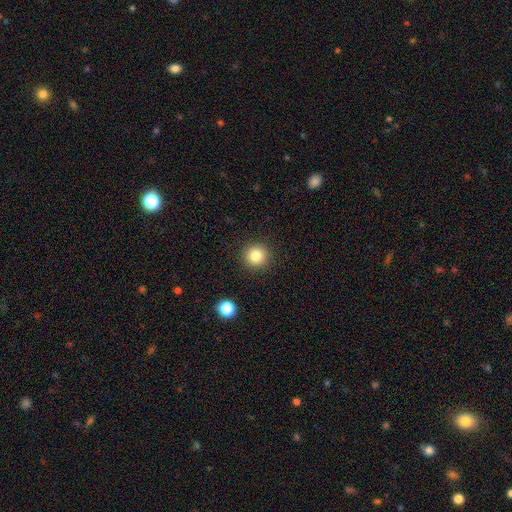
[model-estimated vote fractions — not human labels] Smooth or featured?
  - smooth: 83% *
  - star or artifact: 11%
  - featured or disk: 6%
How rounded?
  - round: 94% *
  - in between: 5%
  - cigar-shaped: 1%
Merging?
  - none: 91% *
  - minor disturbance: 6%
  - major disturbance: 2%
  - merger: 1%